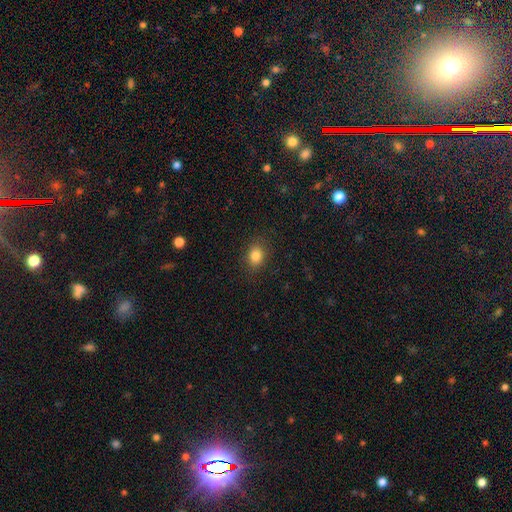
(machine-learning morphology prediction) Overall: smooth (83%). How rounded: in between (51%; round 48%). Merging: none (86%).